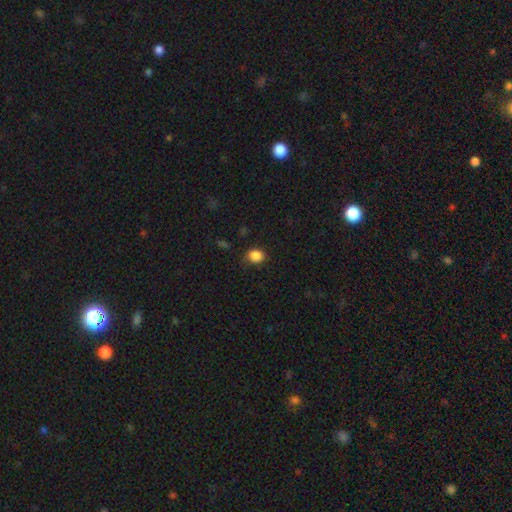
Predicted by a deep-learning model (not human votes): Smooth or featured?
  - smooth: 86% *
  - star or artifact: 10%
  - featured or disk: 3%
How rounded?
  - round: 56% *
  - in between: 43%
  - cigar-shaped: 1%
Merging?
  - none: 75% *
  - minor disturbance: 19%
  - major disturbance: 4%
  - merger: 1%